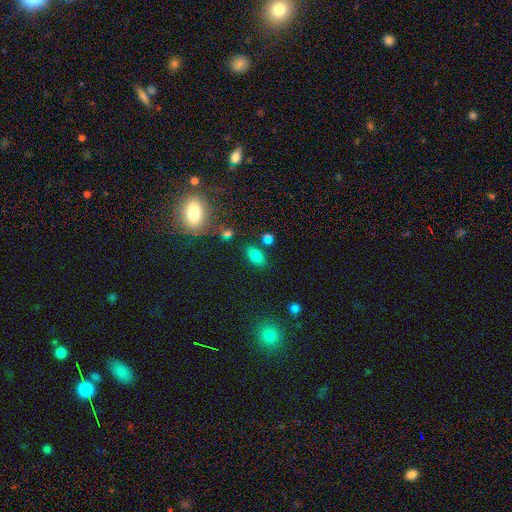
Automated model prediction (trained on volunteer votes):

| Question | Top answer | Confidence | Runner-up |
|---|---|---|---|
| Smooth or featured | smooth | 78% | star or artifact (14%) |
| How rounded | in between | 88% | round (9%) |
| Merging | none | 78% | minor disturbance (12%) |